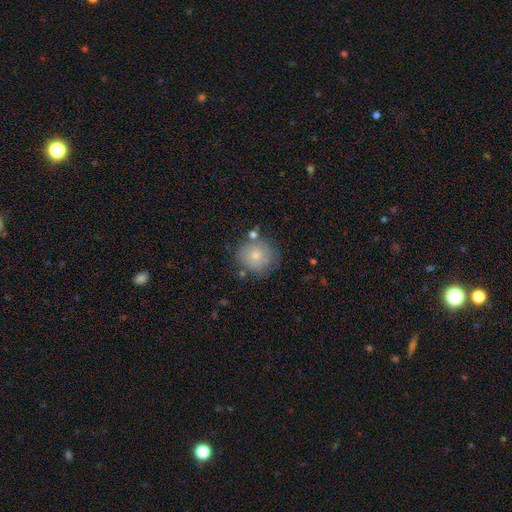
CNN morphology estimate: smooth-or-featured: smooth: 71% | featured or disk: 21% | star or artifact: 8%
  how-rounded: round: 90% | in between: 9% | cigar-shaped: 1%
  merging: none: 72% | minor disturbance: 17% | merger: 6% | major disturbance: 5%